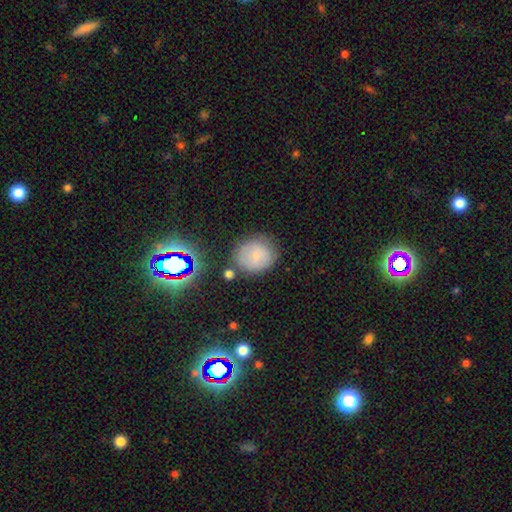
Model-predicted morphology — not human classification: smooth-or-featured: smooth: 71% | featured or disk: 15% | star or artifact: 14%
  how-rounded: round: 73% | in between: 26% | cigar-shaped: 1%
  merging: none: 72% | minor disturbance: 18% | merger: 5% | major disturbance: 5%